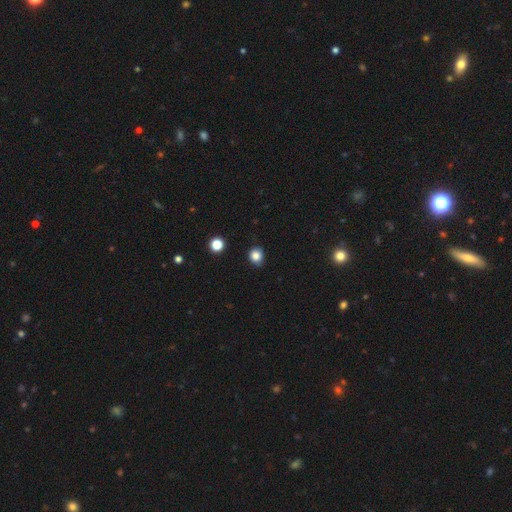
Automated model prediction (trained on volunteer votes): A smooth galaxy with no disk features (83%) that is round (77%).

Vote fractions:
- Smooth or featured? smooth: 83% / star or artifact: 12% / featured or disk: 5%
- How rounded? round: 77% / in between: 23% / cigar-shaped: 1%
- Merging? none: 85% / minor disturbance: 12% / major disturbance: 2% / merger: 2%